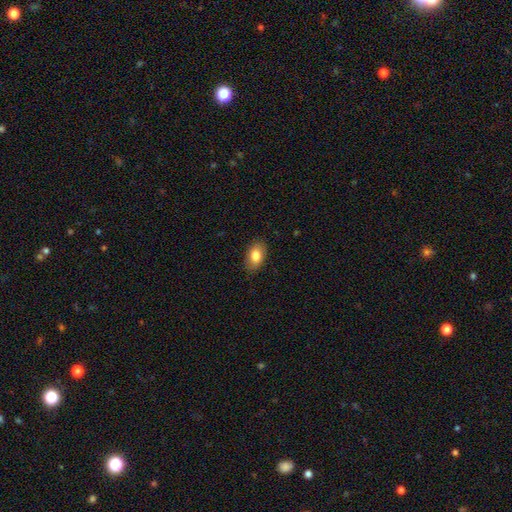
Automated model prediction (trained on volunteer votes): Smooth or featured? Predicted: smooth (p=0.81). How rounded? Predicted: in between (p=0.89). Merging? Predicted: none (p=0.85).